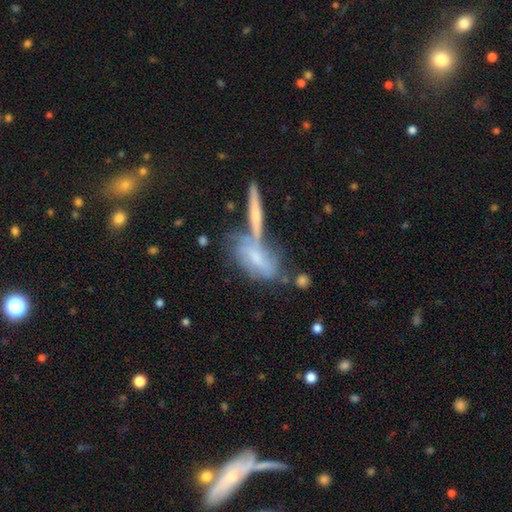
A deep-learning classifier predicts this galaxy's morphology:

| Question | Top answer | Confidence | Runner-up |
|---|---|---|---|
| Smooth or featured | featured or disk | 55% | smooth (34%) |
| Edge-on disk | no | 60% | yes (40%) |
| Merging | none | 40% | merger (36%) |